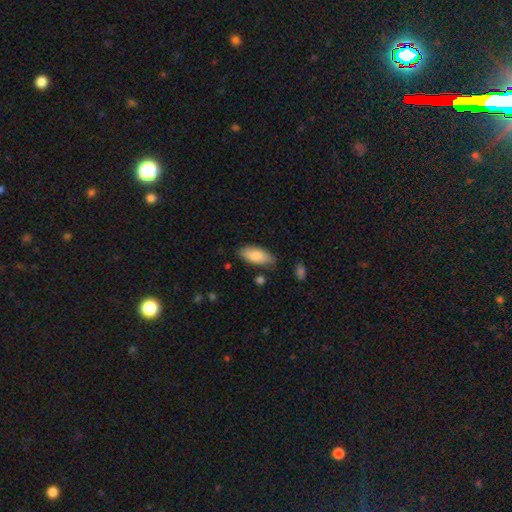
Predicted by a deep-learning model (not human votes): smooth 80%, featured or disk 14%, star or artifact 6%. Down the decision tree: how rounded — in between (87%); merging — none (77%).